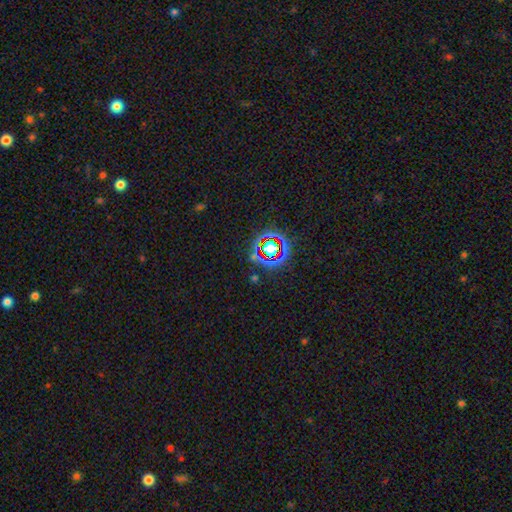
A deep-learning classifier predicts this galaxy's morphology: Overall: star or artifact (76%).